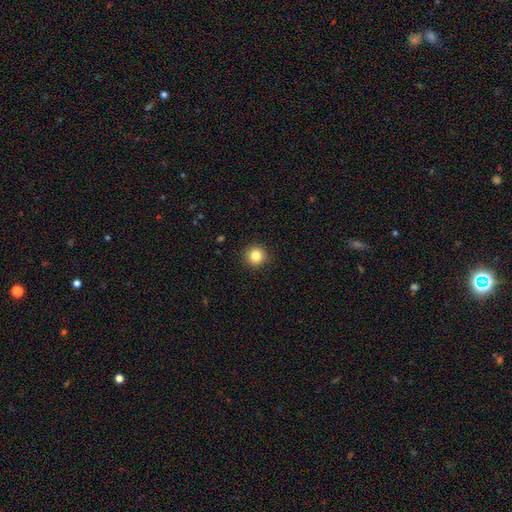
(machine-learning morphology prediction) Smooth or featured?
  - smooth: 83% *
  - star or artifact: 11%
  - featured or disk: 6%
How rounded?
  - round: 95% *
  - in between: 4%
  - cigar-shaped: 1%
Merging?
  - none: 92% *
  - minor disturbance: 5%
  - major disturbance: 2%
  - merger: 1%